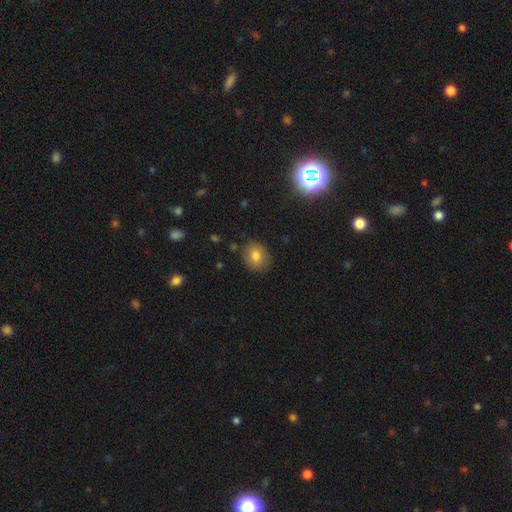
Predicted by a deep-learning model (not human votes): Smooth or featured? Predicted: smooth (p=0.79). How rounded? Predicted: round (p=0.67). Merging? Predicted: none (p=0.84).